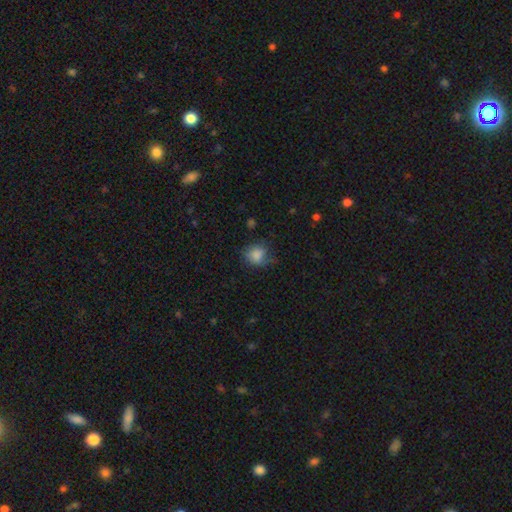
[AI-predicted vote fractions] Q: Smooth or featured?
A: smooth (82%); runner-up: star or artifact (9%)
Q: How rounded?
A: round (70%); runner-up: in between (29%)
Q: Merging?
A: none (55%); runner-up: minor disturbance (30%)